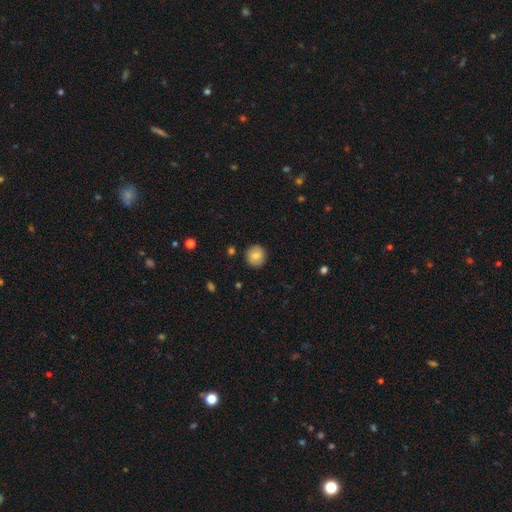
Q: Smooth or featured?
A: smooth (66%); runner-up: featured or disk (24%)
Q: How rounded?
A: round (92%); runner-up: in between (8%)
Q: Merging?
A: none (88%); runner-up: minor disturbance (9%)